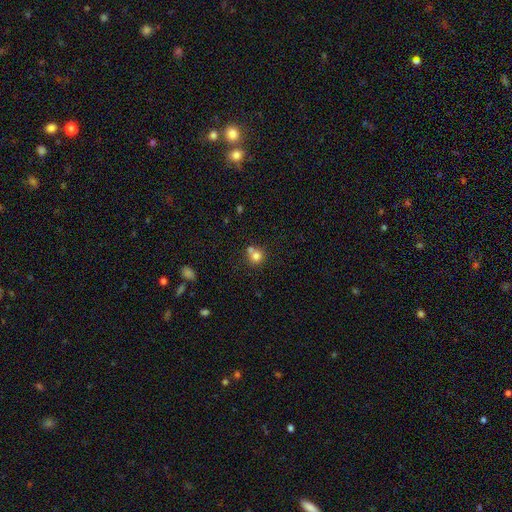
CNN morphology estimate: Q: Smooth or featured?
A: smooth (77%); runner-up: star or artifact (12%)
Q: How rounded?
A: round (86%); runner-up: in between (13%)
Q: Merging?
A: none (49%); runner-up: merger (39%)